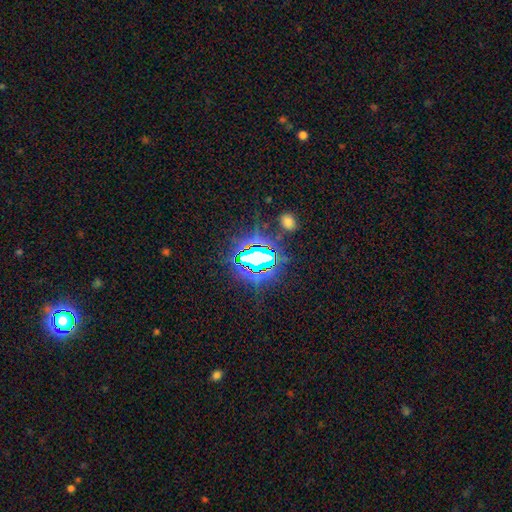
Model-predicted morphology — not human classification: This appears to be a star or artifact, not a galaxy (74%).